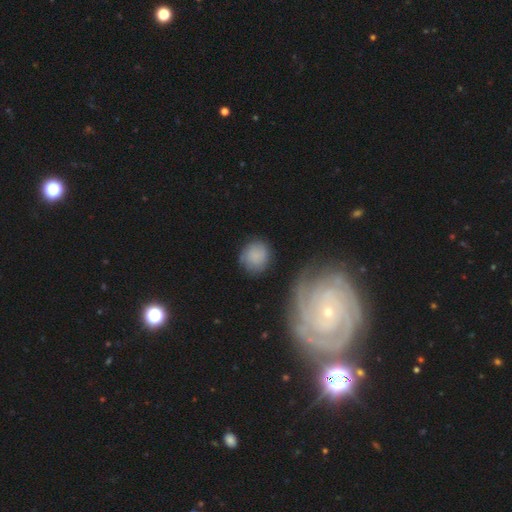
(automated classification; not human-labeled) A smooth galaxy with no disk features (72%) that is round (83%). Merging: none (71%).